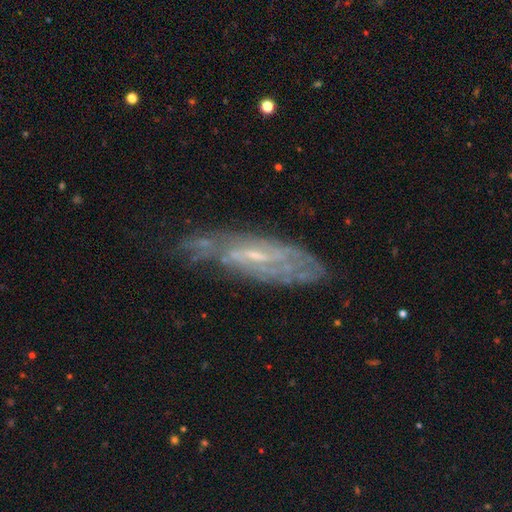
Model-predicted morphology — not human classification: Smooth or featured? featured or disk (74%)
Edge-on disk? no (71%)
Bar? weak (48%)
Spiral arms? yes (73%)
Bulge size? small (66%)
Merging? none (61%)